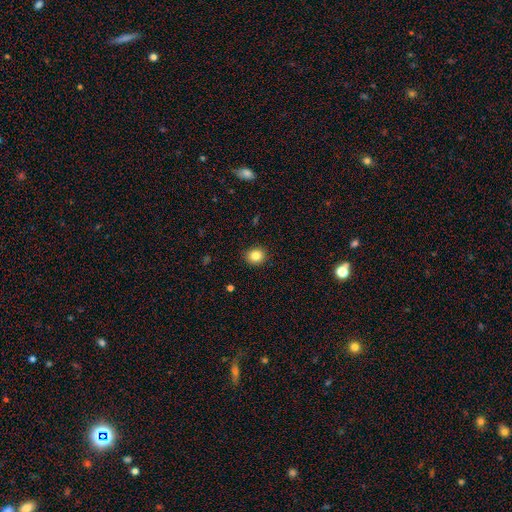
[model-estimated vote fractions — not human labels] A smooth galaxy with no disk features (84%) that is round (81%). Merging: none (91%).